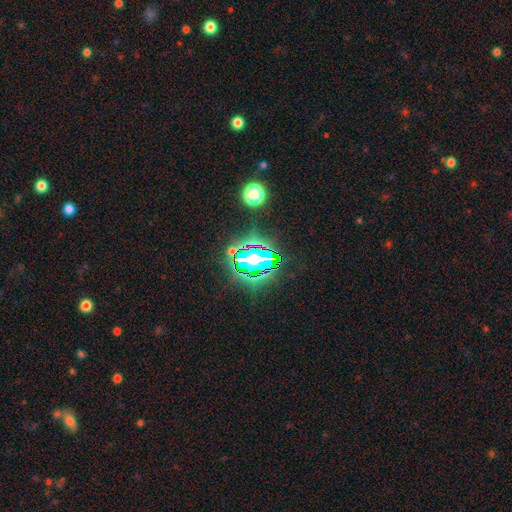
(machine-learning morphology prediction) Overall: star or artifact (72%).